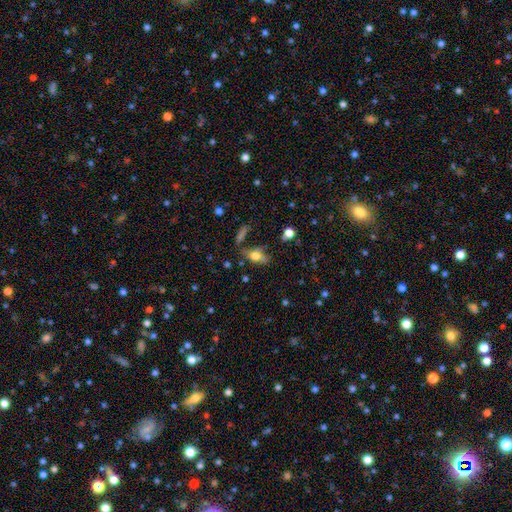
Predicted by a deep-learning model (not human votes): Smooth or featured: smooth — 65% (featured or disk — 24%)
How rounded: in between — 77% (round — 12%)
Merging: none — 50% (minor disturbance — 24%)